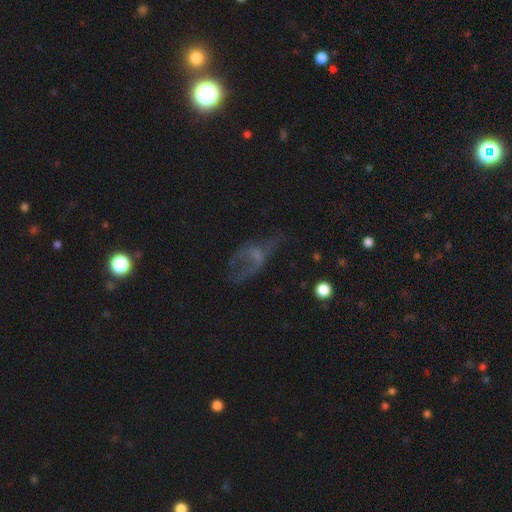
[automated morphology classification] Smooth or featured: featured or disk — 47% (smooth — 30%)
Merging: major disturbance — 41% (none — 36%)